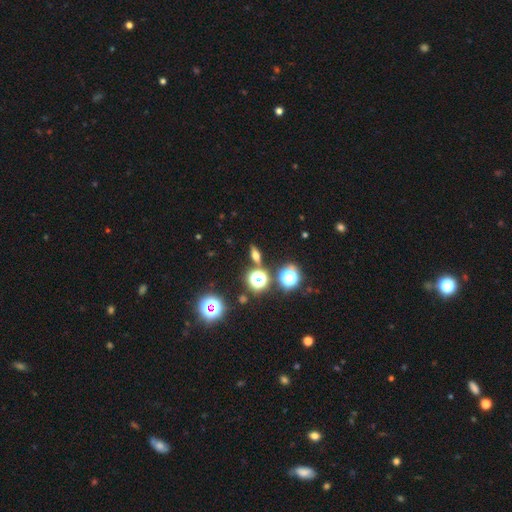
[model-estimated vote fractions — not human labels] smooth-or-featured: smooth: 48% | featured or disk: 27% | star or artifact: 25%
  merging: none: 83% | minor disturbance: 8% | merger: 5% | major disturbance: 3%